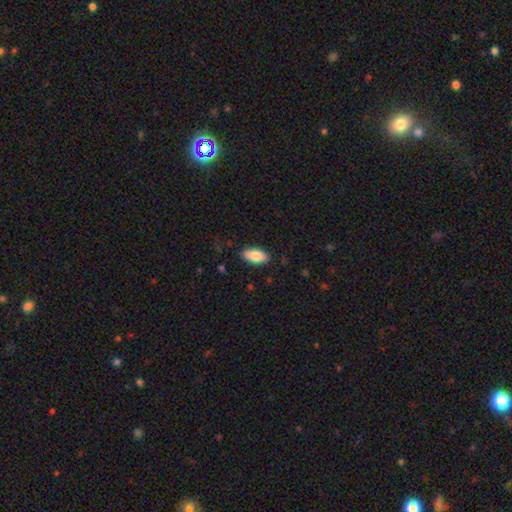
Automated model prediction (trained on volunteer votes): Q: Smooth or featured?
A: smooth (85%); runner-up: featured or disk (9%)
Q: How rounded?
A: in between (92%); runner-up: cigar-shaped (6%)
Q: Merging?
A: none (87%); runner-up: minor disturbance (10%)